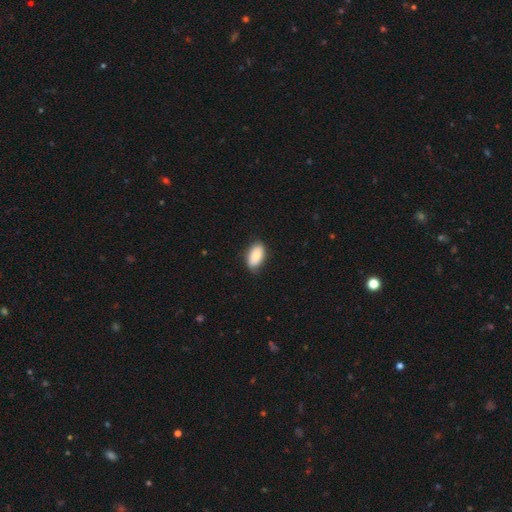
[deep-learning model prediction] Smooth or featured: smooth — 85% (featured or disk — 9%)
How rounded: in between — 93% (round — 4%)
Merging: none — 81% (minor disturbance — 16%)